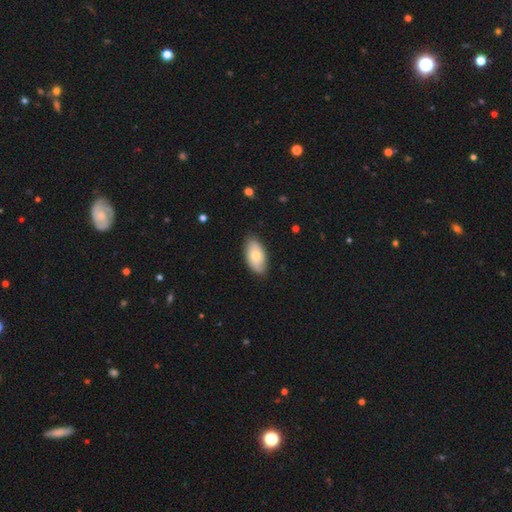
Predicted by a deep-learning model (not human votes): Smooth or featured? smooth (67%)
How rounded? in between (94%)
Merging? none (83%)